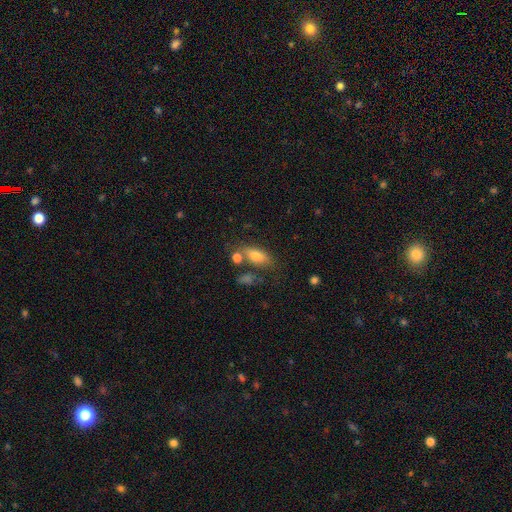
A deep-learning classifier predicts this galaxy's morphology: Smooth or featured: smooth — 75% (featured or disk — 15%)
How rounded: in between — 79% (cigar-shaped — 15%)
Merging: none — 60% (minor disturbance — 17%)